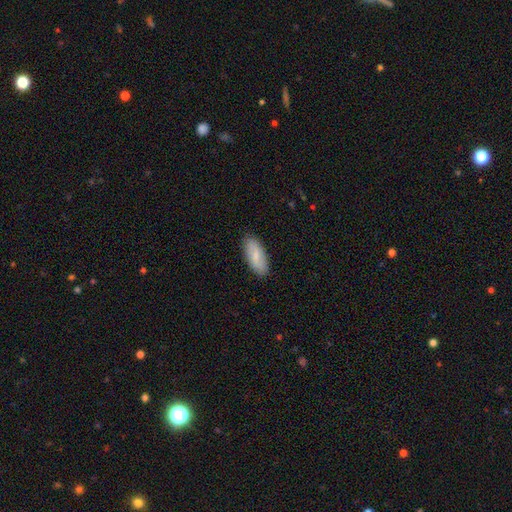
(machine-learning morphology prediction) Smooth or featured? Predicted: smooth (p=0.74). How rounded? Predicted: in between (p=0.84). Merging? Predicted: none (p=0.88).